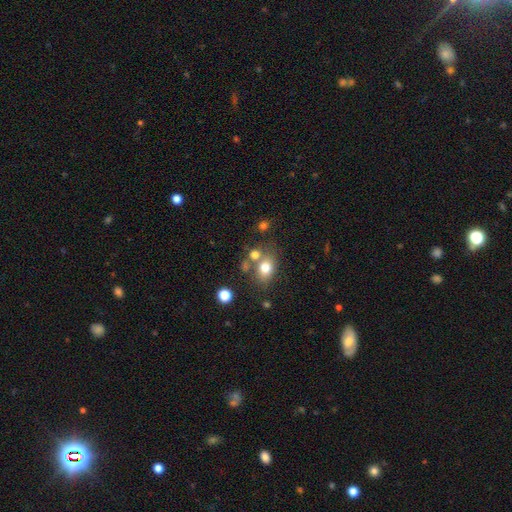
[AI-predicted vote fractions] Smooth or featured: smooth — 70% (star or artifact — 15%)
How rounded: in between — 60% (round — 38%)
Merging: none — 56% (merger — 26%)